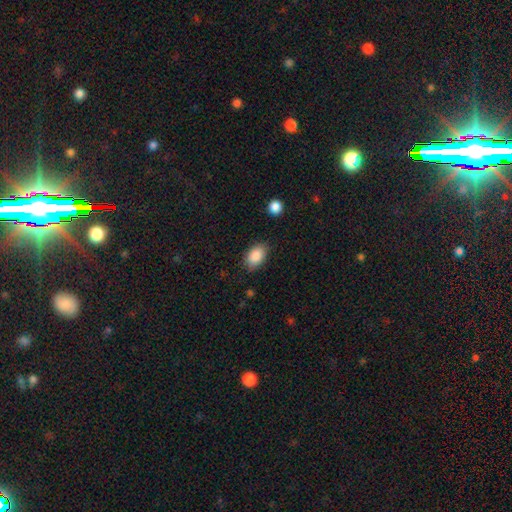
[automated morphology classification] Q: Smooth or featured?
A: smooth (88%); runner-up: star or artifact (7%)
Q: How rounded?
A: in between (89%); runner-up: round (10%)
Q: Merging?
A: none (80%); runner-up: minor disturbance (15%)